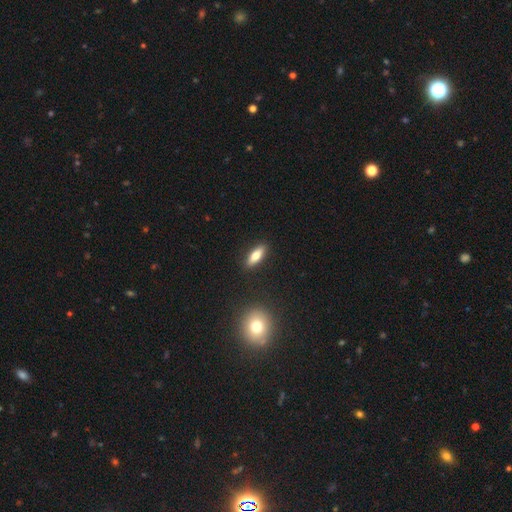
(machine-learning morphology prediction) This is likely a smooth galaxy (72%). How rounded: likely in between (61%). Merging: clearly none (89%).